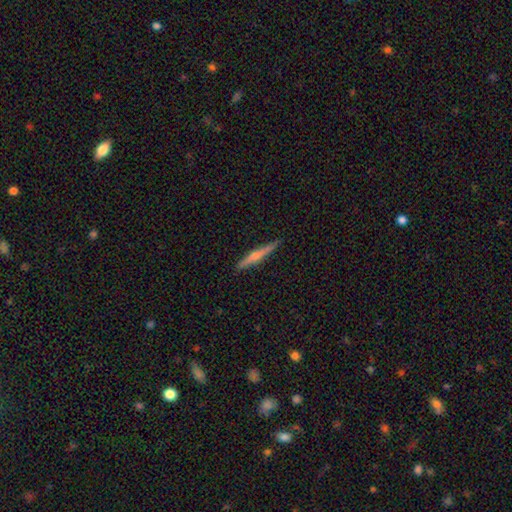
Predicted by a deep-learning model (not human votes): Smooth or featured: featured or disk — 63% (smooth — 32%)
Edge-on disk: yes — 98% (no — 2%)
Edge-on bulge: rounded — 80% (none — 14%)
Merging: none — 91% (minor disturbance — 7%)